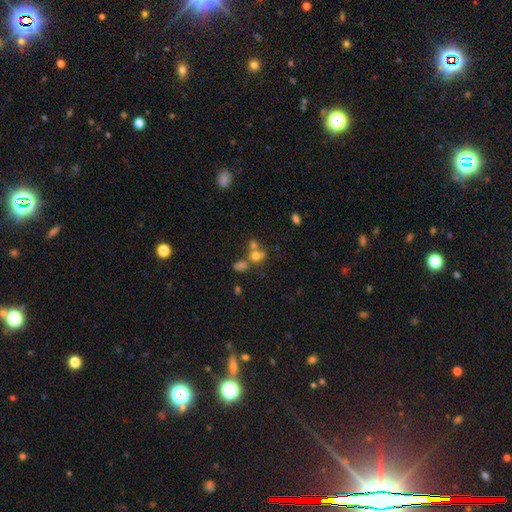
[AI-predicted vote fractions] smooth 64%, star or artifact 18%, featured or disk 18%. Down the decision tree: how rounded — round (72%); merging — merger (48%).